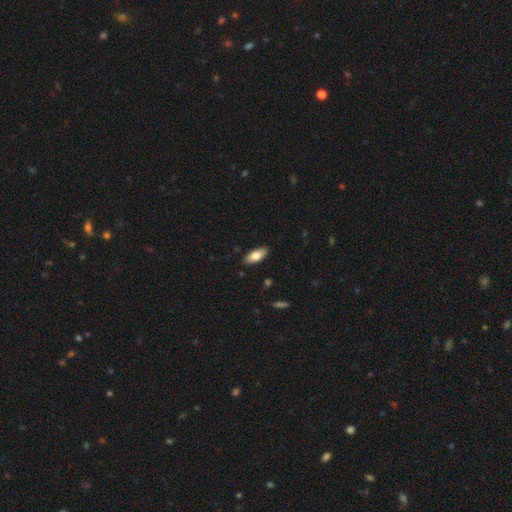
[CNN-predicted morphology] Smooth or featured? Predicted: smooth (p=0.79). How rounded? Predicted: in between (p=0.85). Merging? Predicted: none (p=0.87).